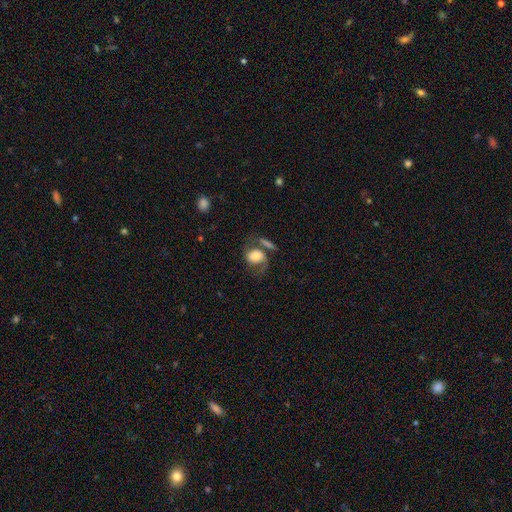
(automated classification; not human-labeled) Smooth or featured? Predicted: smooth (p=0.47). Merging? Predicted: none (p=0.39).